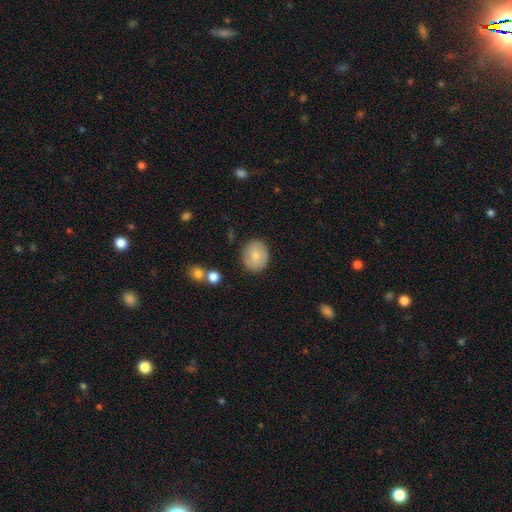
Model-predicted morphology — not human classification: Smooth or featured: smooth — 75% (featured or disk — 17%)
How rounded: round — 72% (in between — 27%)
Merging: none — 83% (minor disturbance — 12%)